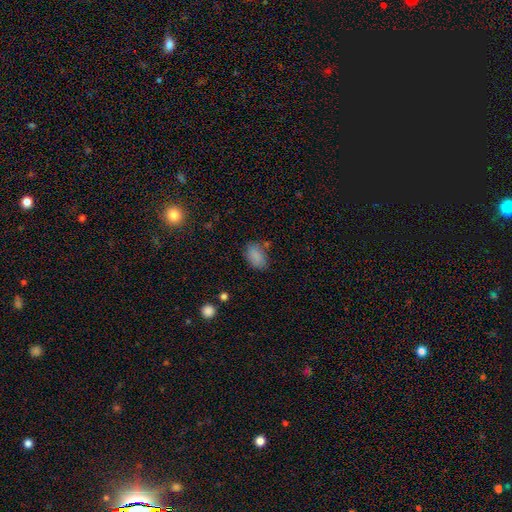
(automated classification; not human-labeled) smooth-or-featured: smooth: 85% | star or artifact: 9% | featured or disk: 6%
  how-rounded: in between: 88% | round: 11% | cigar-shaped: 2%
  merging: none: 69% | minor disturbance: 20% | merger: 6% | major disturbance: 6%